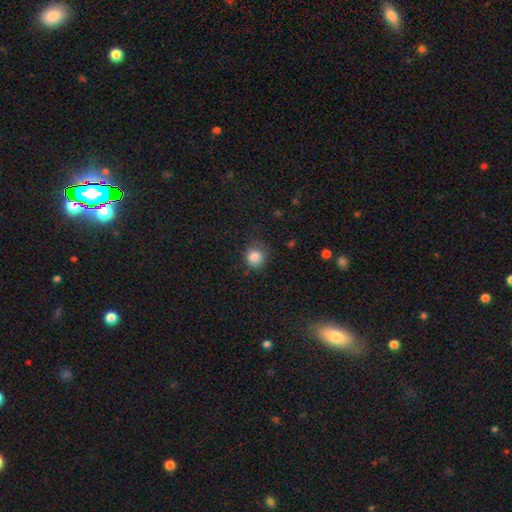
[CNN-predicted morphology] Overall: smooth (85%). How rounded: round (91%). Merging: none (79%).